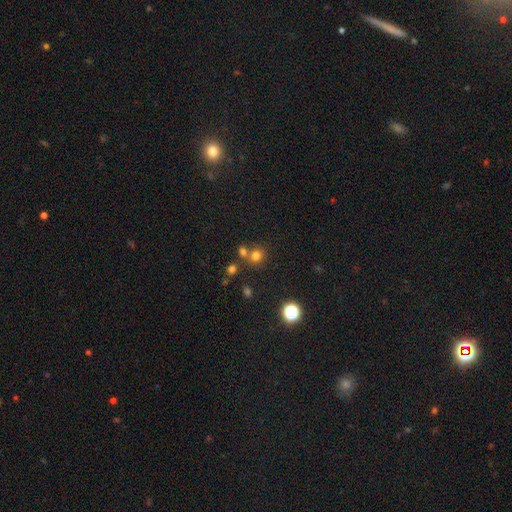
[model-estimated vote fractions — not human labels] Overall: smooth (71%). How rounded: round (84%). Merging: none (58%; merger 30%).